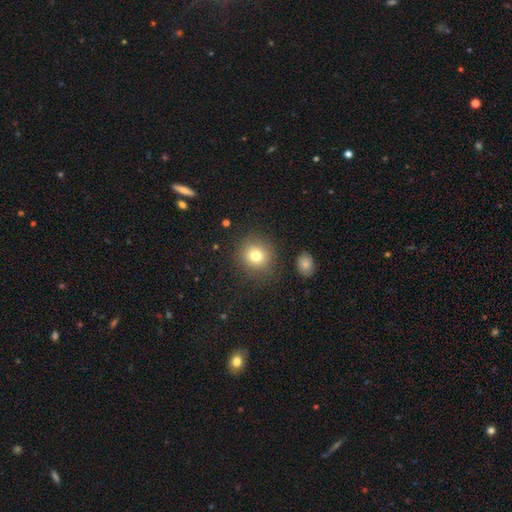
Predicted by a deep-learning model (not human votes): Q: Smooth or featured?
A: smooth (79%); runner-up: star or artifact (12%)
Q: How rounded?
A: round (88%); runner-up: in between (12%)
Q: Merging?
A: none (85%); runner-up: minor disturbance (9%)